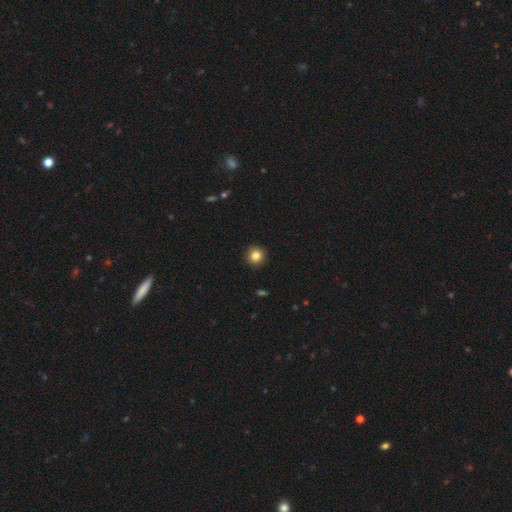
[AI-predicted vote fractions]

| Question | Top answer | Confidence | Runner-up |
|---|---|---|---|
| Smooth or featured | smooth | 84% | star or artifact (11%) |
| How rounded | round | 94% | in between (5%) |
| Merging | none | 92% | minor disturbance (6%) |